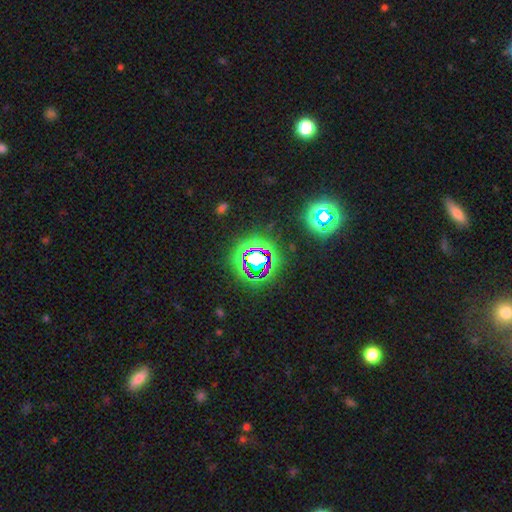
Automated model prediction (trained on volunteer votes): Smooth or featured? star or artifact (75%)